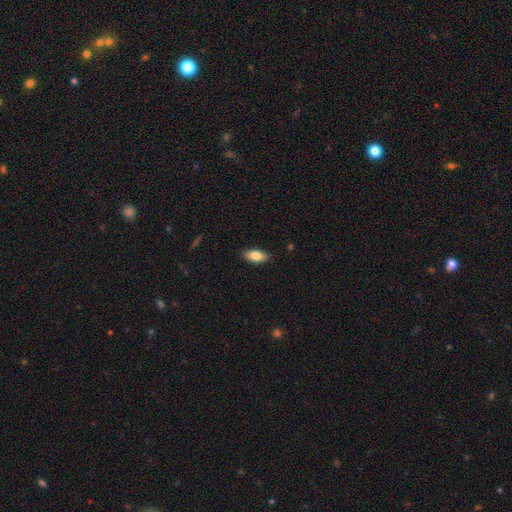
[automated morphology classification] Smooth or featured: smooth — 81% (featured or disk — 12%)
How rounded: in between — 86% (cigar-shaped — 11%)
Merging: none — 88% (minor disturbance — 9%)